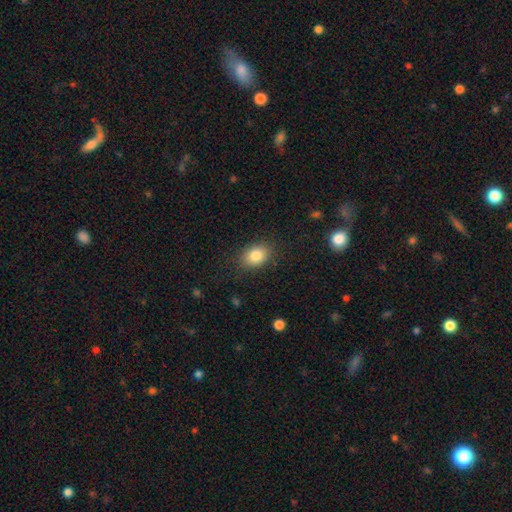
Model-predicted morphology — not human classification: Smooth or featured?
  - smooth: 84% *
  - star or artifact: 9%
  - featured or disk: 8%
How rounded?
  - in between: 73% *
  - round: 26%
  - cigar-shaped: 1%
Merging?
  - none: 85% *
  - minor disturbance: 11%
  - major disturbance: 3%
  - merger: 1%